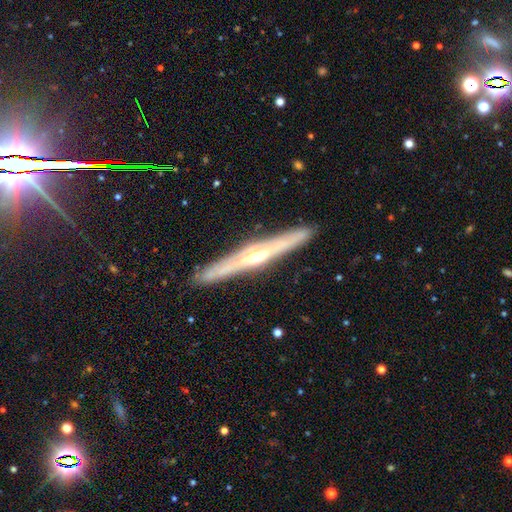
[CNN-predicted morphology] This is likely a featured or disk galaxy (76%). It is clearly viewed edge-on (95%). Edge-on bulge: clearly rounded (82%). Merging: clearly none (90%).